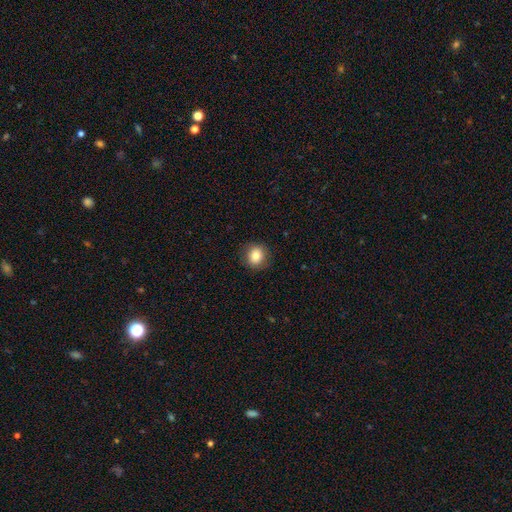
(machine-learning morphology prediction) A smooth galaxy with no disk features (84%) that is round (83%).

Vote fractions:
- Smooth or featured? smooth: 84% / star or artifact: 9% / featured or disk: 6%
- How rounded? round: 83% / in between: 16% / cigar-shaped: 1%
- Merging? none: 88% / minor disturbance: 8% / major disturbance: 3% / merger: 1%